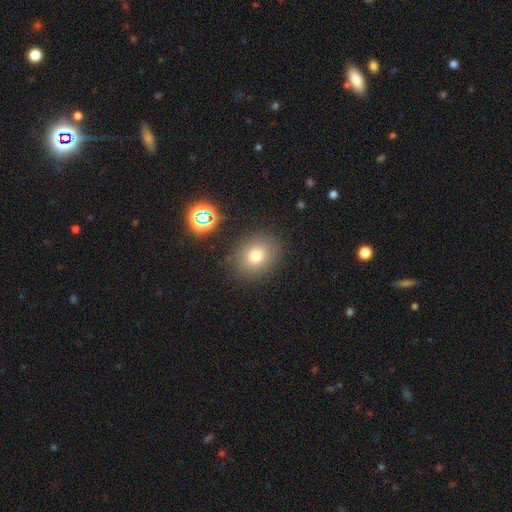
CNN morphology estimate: The model was most divided on "how rounded": round: 61%, in between: 38%, cigar-shaped: 1%. More confident: merging — none (85%); smooth or featured — smooth (74%).